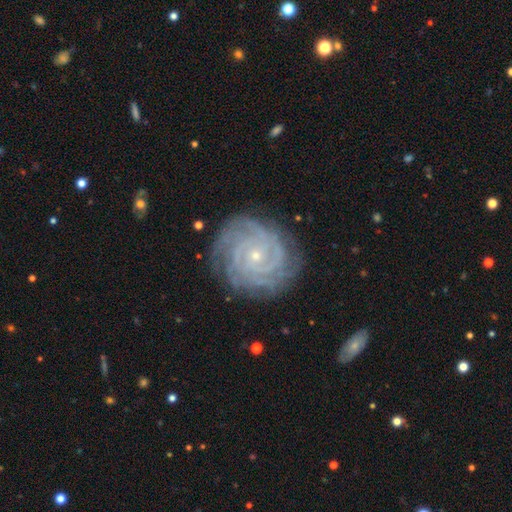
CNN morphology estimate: Q: Smooth or featured?
A: featured or disk (90%); runner-up: star or artifact (6%)
Q: Edge-on disk?
A: no (98%); runner-up: yes (2%)
Q: Bar?
A: no (75%); runner-up: weak (18%)
Q: Spiral arms?
A: yes (99%); runner-up: no (1%)
Q: Spiral winding?
A: tight (85%); runner-up: medium (13%)
Q: Spiral arm count?
A: 4 (28%); runner-up: 3 (21%)
Q: Bulge size?
A: small (83%); runner-up: moderate (13%)
Q: Merging?
A: none (82%); runner-up: minor disturbance (13%)